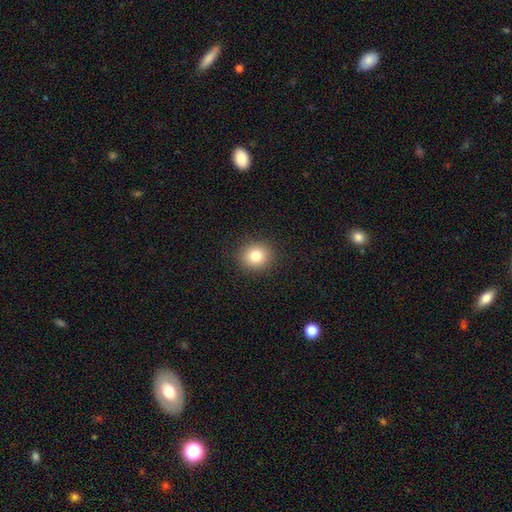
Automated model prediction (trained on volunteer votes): Morphology: type=smooth (81%); roundness=round (87%); merging=none (91%).